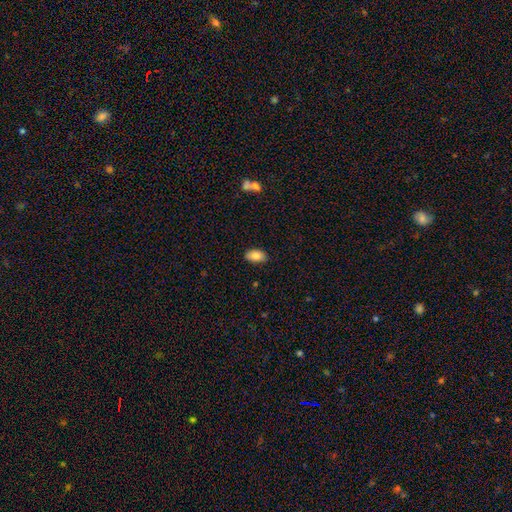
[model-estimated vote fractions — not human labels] Morphology: type=smooth (83%); roundness=in between (93%); merging=none (84%).